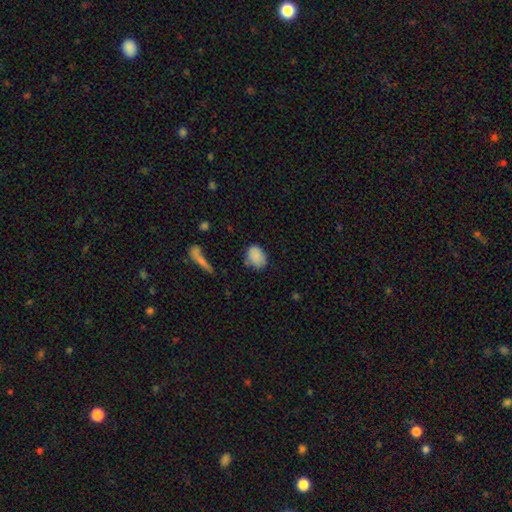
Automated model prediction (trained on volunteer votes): Smooth or featured: smooth — 86% (star or artifact — 8%)
How rounded: in between — 65% (round — 34%)
Merging: none — 67% (minor disturbance — 23%)